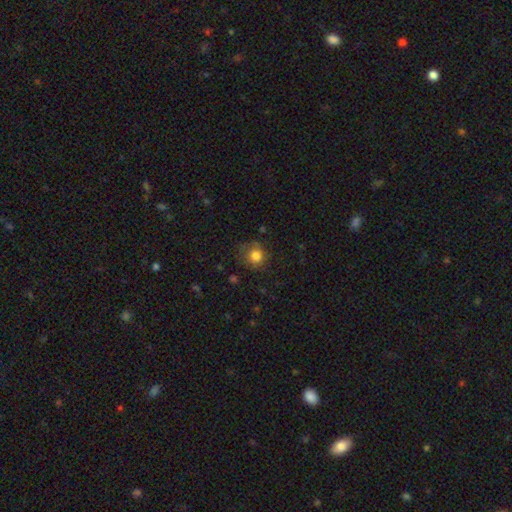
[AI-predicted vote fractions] smooth-or-featured: smooth: 80% | featured or disk: 10% | star or artifact: 10%
  how-rounded: round: 87% | in between: 12% | cigar-shaped: 1%
  merging: none: 66% | minor disturbance: 21% | major disturbance: 11% | merger: 2%